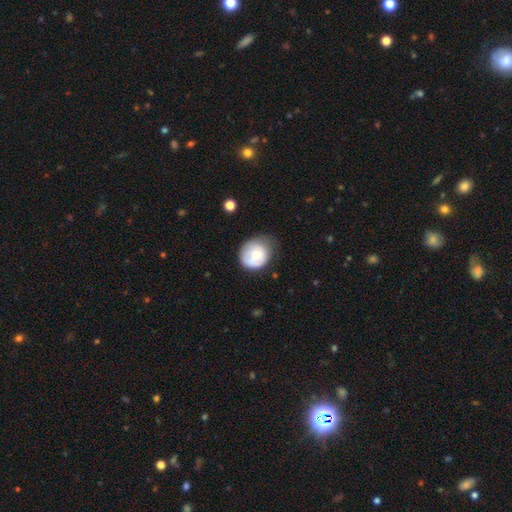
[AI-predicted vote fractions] Overall: smooth (70%). How rounded: round (76%). Merging: none (45%; minor disturbance 38%).